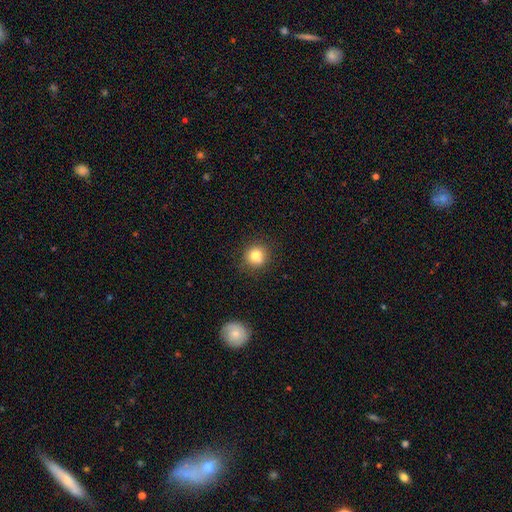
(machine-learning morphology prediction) Smooth or featured? smooth (80%)
How rounded? round (91%)
Merging? none (87%)